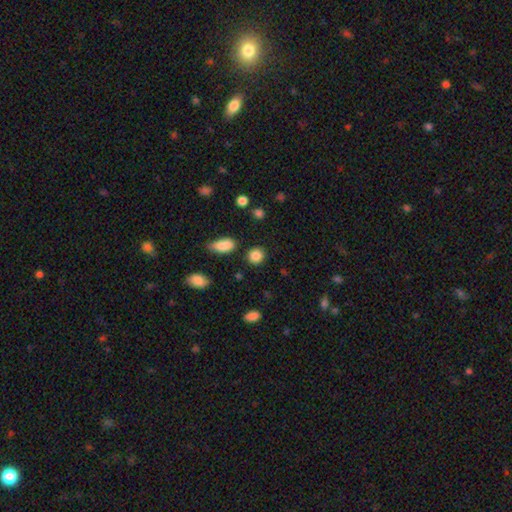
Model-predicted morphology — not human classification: smooth-or-featured: smooth: 86% | star or artifact: 10% | featured or disk: 4%
  how-rounded: round: 83% | in between: 16% | cigar-shaped: 1%
  merging: none: 86% | minor disturbance: 8% | merger: 3% | major disturbance: 3%